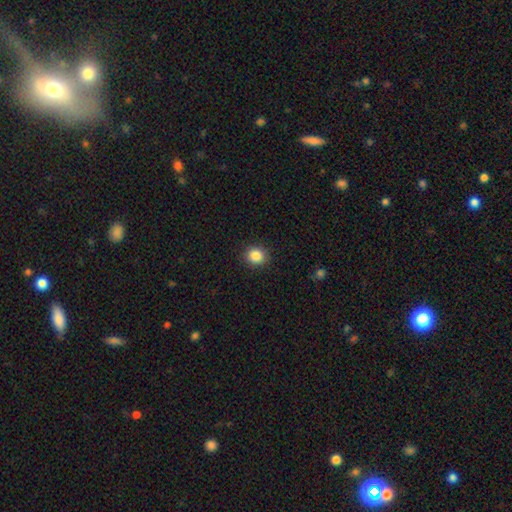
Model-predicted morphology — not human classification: This appears to be a smooth galaxy with no disk features (86%) that is round (84%). Merging: none (91%).